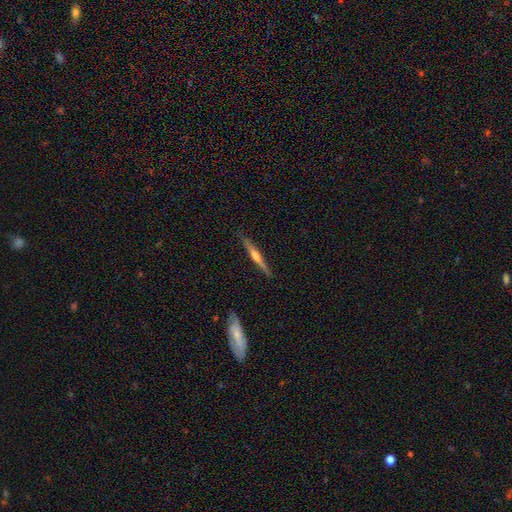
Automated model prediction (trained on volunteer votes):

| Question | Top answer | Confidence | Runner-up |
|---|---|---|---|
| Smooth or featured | featured or disk | 62% | smooth (33%) |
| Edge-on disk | yes | 97% | no (3%) |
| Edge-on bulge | rounded | 74% | none (17%) |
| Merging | none | 88% | minor disturbance (9%) |